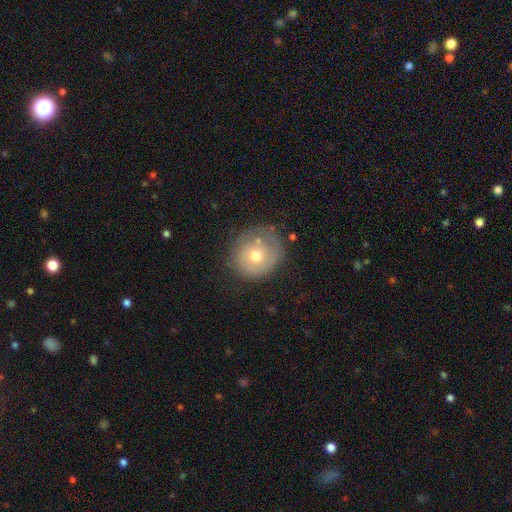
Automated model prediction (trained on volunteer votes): Morphology: type=smooth (54%); roundness=round (84%); merging=none (61%).